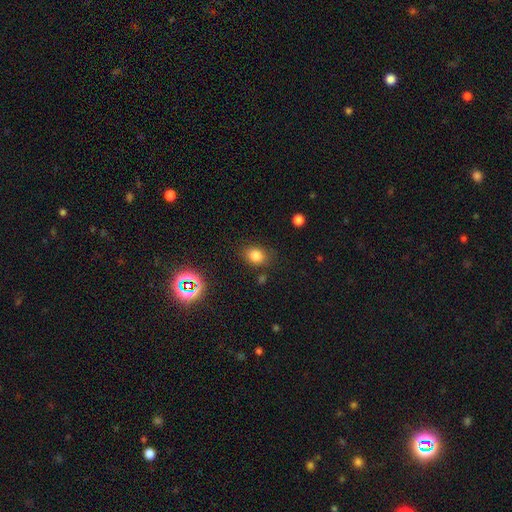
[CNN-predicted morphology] This appears to be a smooth galaxy with no disk features (79%) that is in between round and cigar-shaped (56%). Merging: none (80%).